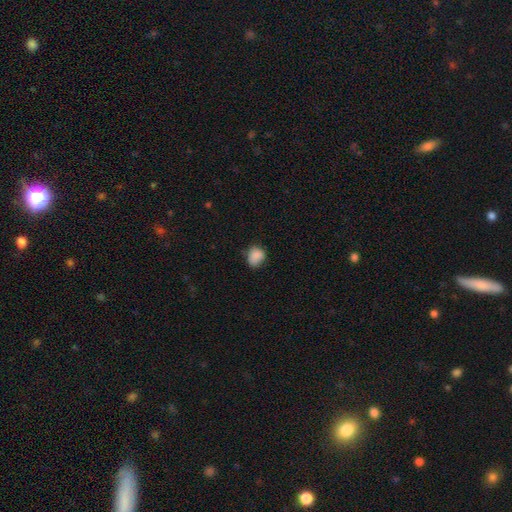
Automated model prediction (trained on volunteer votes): This appears to be a smooth galaxy with no disk features (84%) that is in between round and cigar-shaped (52%). Merging: none (58%).